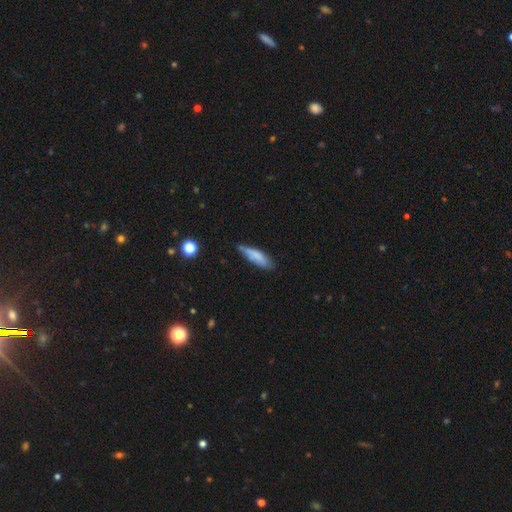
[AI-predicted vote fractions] This appears to be a smooth galaxy with no disk features (71%) that is cigar-shaped (61%). Merging: none (57%).